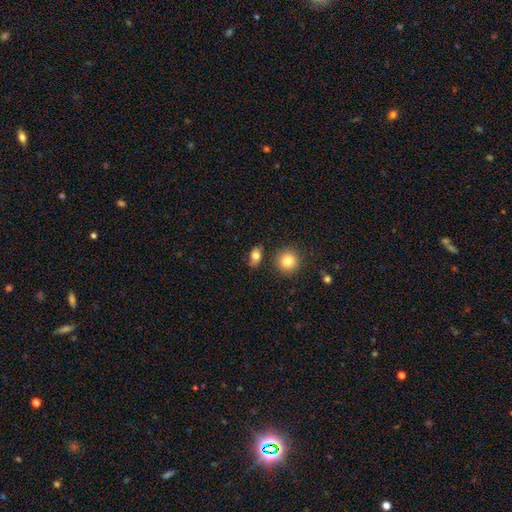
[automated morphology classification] This is likely a smooth galaxy (79%). How rounded: likely in between (70%). Merging: likely none (74%).